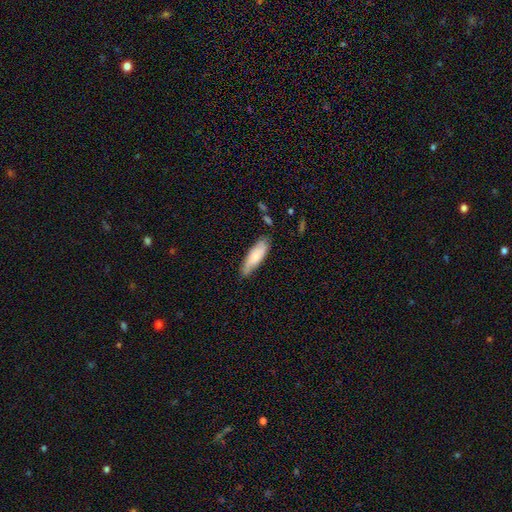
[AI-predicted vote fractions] Smooth or featured? smooth (67%)
How rounded? in between (54%)
Merging? none (73%)